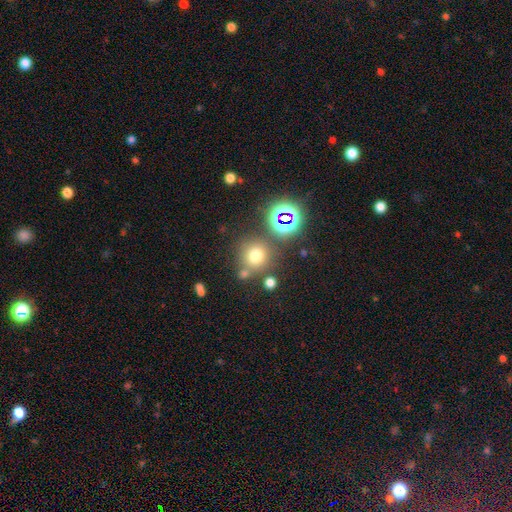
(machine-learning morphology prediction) Smooth or featured: smooth — 68% (star or artifact — 23%)
How rounded: round — 91% (in between — 8%)
Merging: none — 73% (merger — 13%)